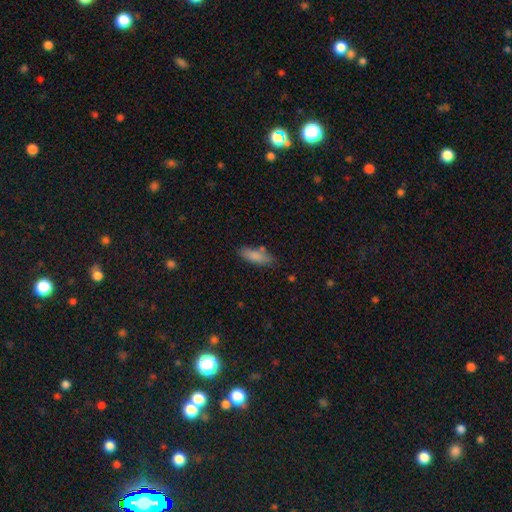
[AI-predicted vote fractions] This appears to be a smooth galaxy with no disk features (83%) that is in between round and cigar-shaped (62%). Merging: none (75%).